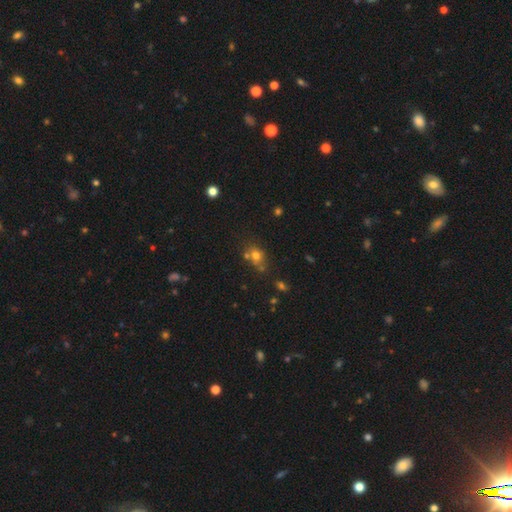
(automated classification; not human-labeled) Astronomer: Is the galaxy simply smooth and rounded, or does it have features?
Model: smooth — 66%.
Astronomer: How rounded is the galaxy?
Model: round — 64%.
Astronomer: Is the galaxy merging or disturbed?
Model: none — 53%.